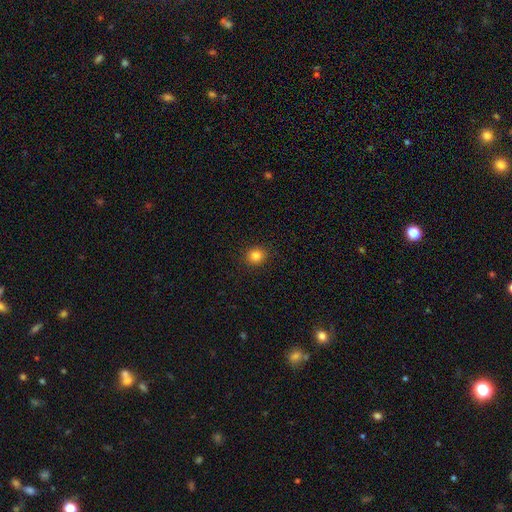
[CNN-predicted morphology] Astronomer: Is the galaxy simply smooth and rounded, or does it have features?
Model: smooth — 84%.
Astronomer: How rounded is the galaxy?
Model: round — 86%.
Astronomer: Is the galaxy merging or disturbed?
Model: none — 91%.